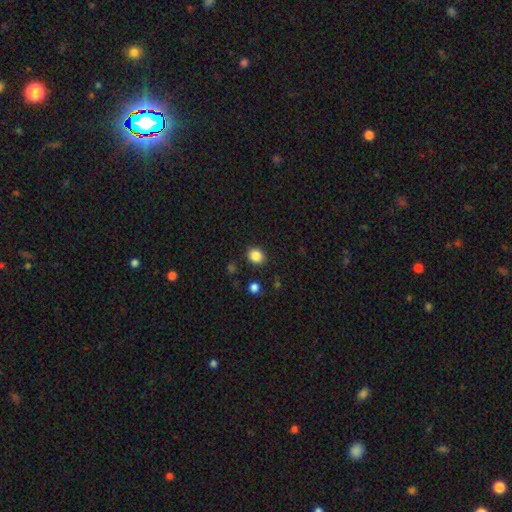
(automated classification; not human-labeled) Smooth or featured? smooth (86%)
How rounded? round (64%)
Merging? none (88%)